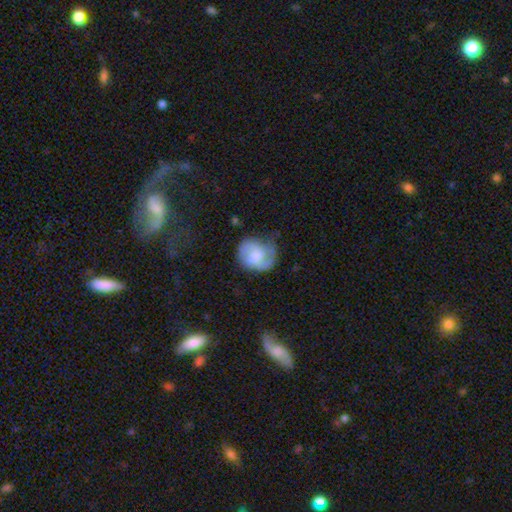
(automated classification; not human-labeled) A featured or disk galaxy (56%) with no bar (61%), spiral arms (86%) and a moderate central bulge (42%). Merging: none (54%).